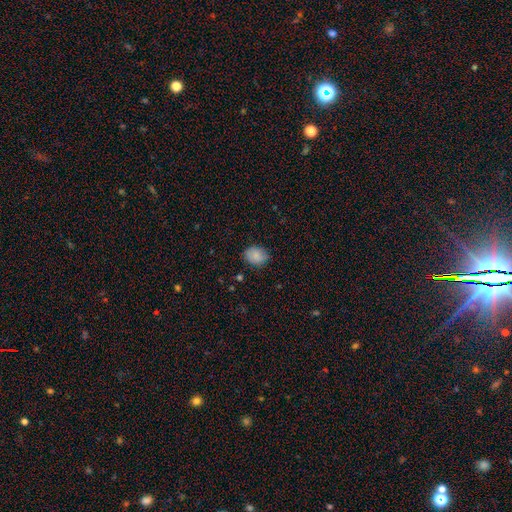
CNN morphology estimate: Q: Smooth or featured?
A: smooth (84%); runner-up: featured or disk (8%)
Q: How rounded?
A: in between (51%); runner-up: round (48%)
Q: Merging?
A: none (76%); runner-up: minor disturbance (19%)